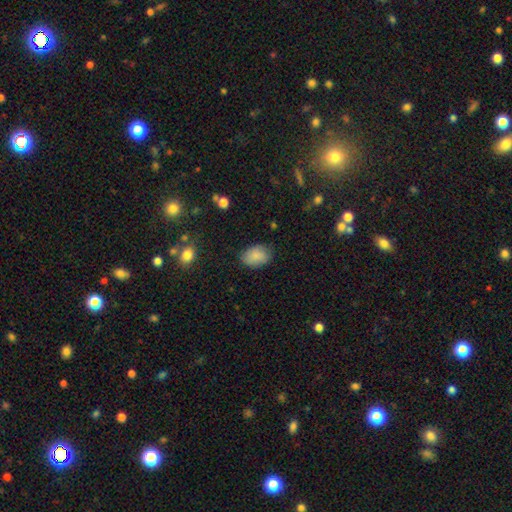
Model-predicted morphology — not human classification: This is clearly a smooth galaxy (86%). How rounded: likely in between (77%). Merging: likely none (77%).